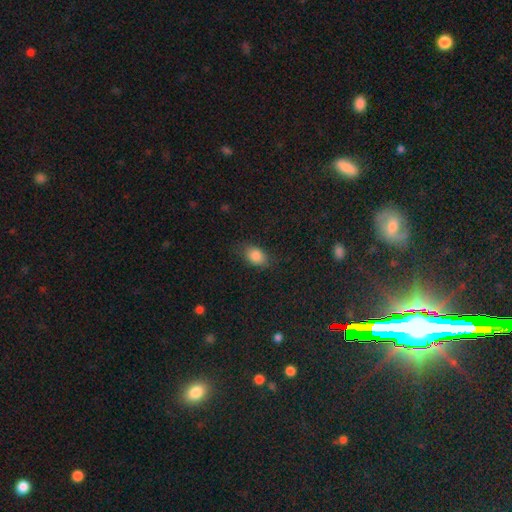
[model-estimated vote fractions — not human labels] This is clearly a smooth galaxy (83%). How rounded: clearly in between (82%). Merging: likely none (76%).